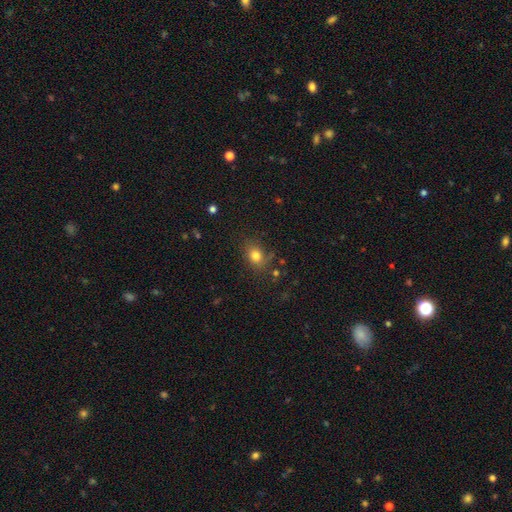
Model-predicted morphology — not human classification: smooth 79%, star or artifact 13%, featured or disk 8%. Down the decision tree: how rounded — in between (51%); merging — none (74%).